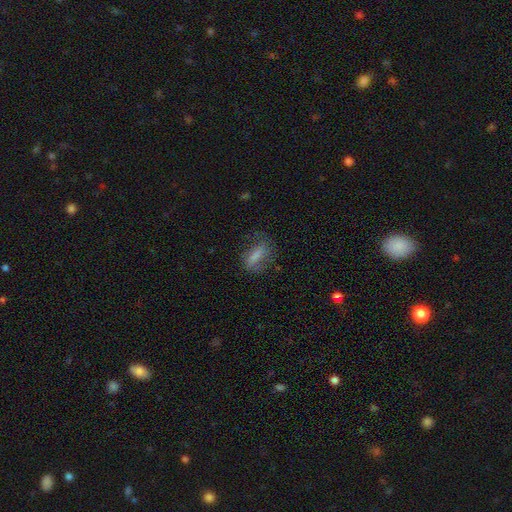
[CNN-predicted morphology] smooth 53%, featured or disk 34%, star or artifact 14%. Down the decision tree: how rounded — in between (56%); merging — none (66%).